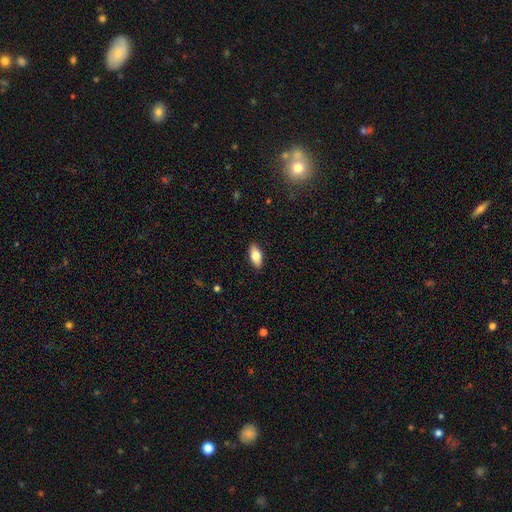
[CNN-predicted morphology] Smooth or featured? Predicted: smooth (p=0.75). How rounded? Predicted: in between (p=0.84). Merging? Predicted: none (p=0.89).